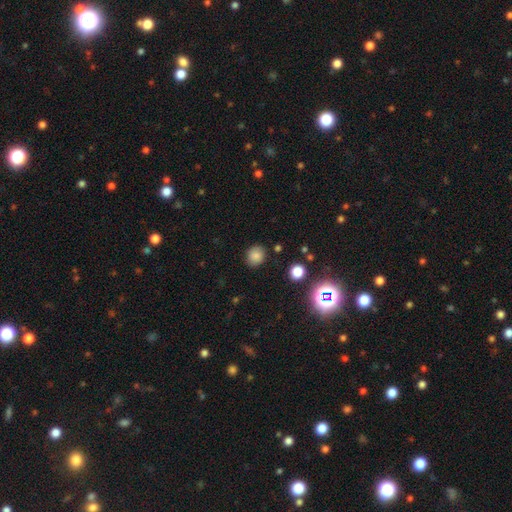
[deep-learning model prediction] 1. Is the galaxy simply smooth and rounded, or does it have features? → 80% smooth, 14% star or artifact, 6% featured or disk.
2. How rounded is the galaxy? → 72% round, 27% in between, 1% cigar-shaped.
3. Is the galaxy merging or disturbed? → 84% none, 11% minor disturbance, 3% major disturbance, 2% merger.